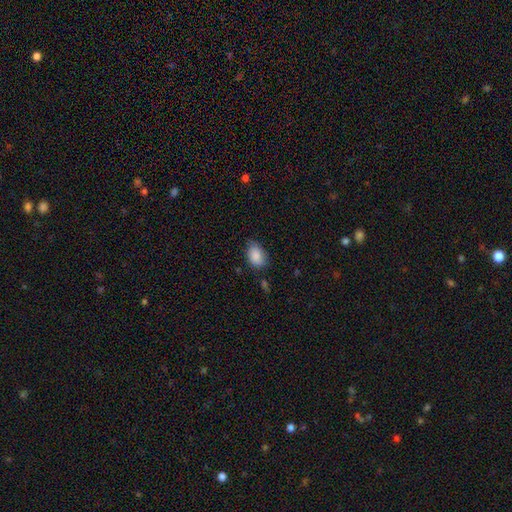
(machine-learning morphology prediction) Smooth or featured?
  - smooth: 88% *
  - star or artifact: 7%
  - featured or disk: 5%
How rounded?
  - in between: 85% *
  - round: 13%
  - cigar-shaped: 1%
Merging?
  - none: 70% *
  - minor disturbance: 24%
  - major disturbance: 4%
  - merger: 2%